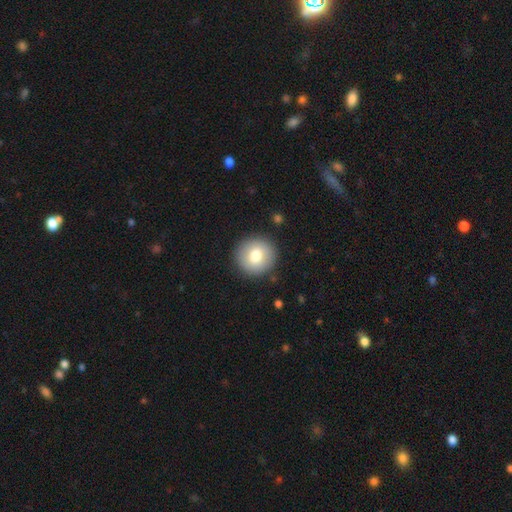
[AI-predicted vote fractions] Smooth or featured? Predicted: smooth (p=0.79). How rounded? Predicted: round (p=0.94). Merging? Predicted: none (p=0.90).